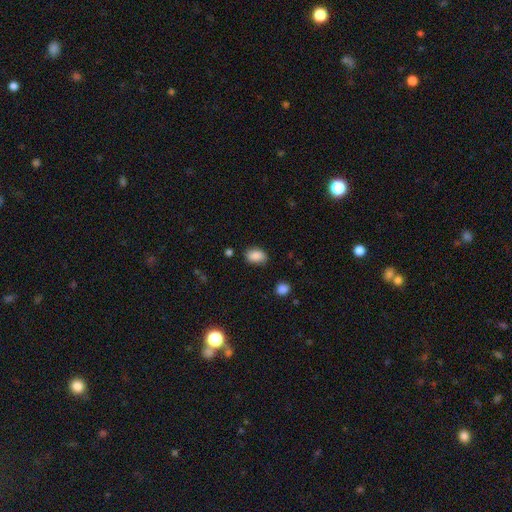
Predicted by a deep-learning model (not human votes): Smooth or featured? smooth (87%)
How rounded? in between (84%)
Merging? none (79%)